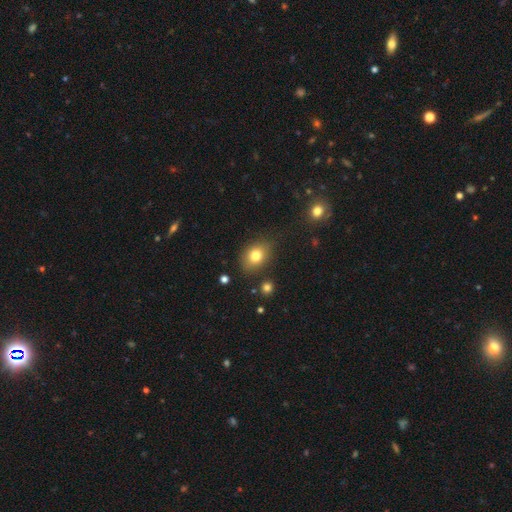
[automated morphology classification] The model was most divided on "how rounded": in between: 65%, round: 33%, cigar-shaped: 1%. More confident: smooth or featured — smooth (79%); merging — none (78%).